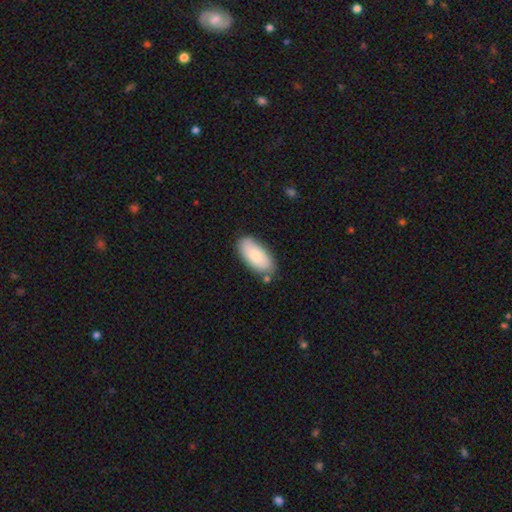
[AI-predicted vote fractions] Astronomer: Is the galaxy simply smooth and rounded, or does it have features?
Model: smooth — 76%.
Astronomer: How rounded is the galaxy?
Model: in between — 91%.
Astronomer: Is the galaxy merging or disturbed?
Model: none — 75%.